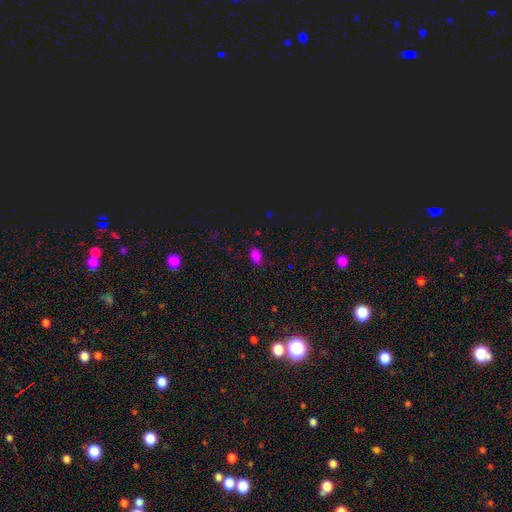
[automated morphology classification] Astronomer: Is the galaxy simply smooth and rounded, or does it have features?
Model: smooth — 78%.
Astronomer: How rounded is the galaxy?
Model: in between — 91%.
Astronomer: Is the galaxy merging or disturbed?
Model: none — 83%.